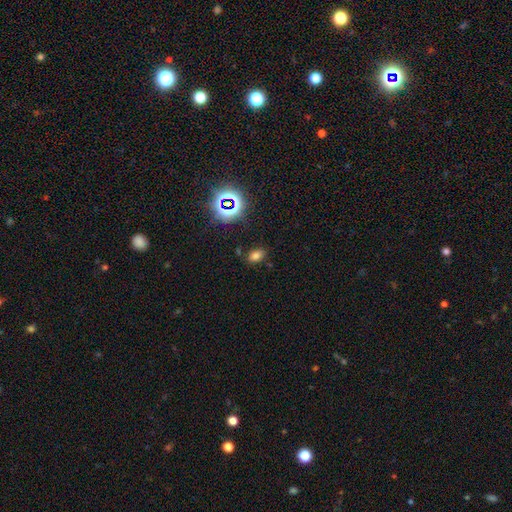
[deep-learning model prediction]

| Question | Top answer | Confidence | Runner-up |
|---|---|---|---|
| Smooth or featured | smooth | 70% | star or artifact (24%) |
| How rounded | in between | 85% | round (13%) |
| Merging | none | 82% | minor disturbance (11%) |